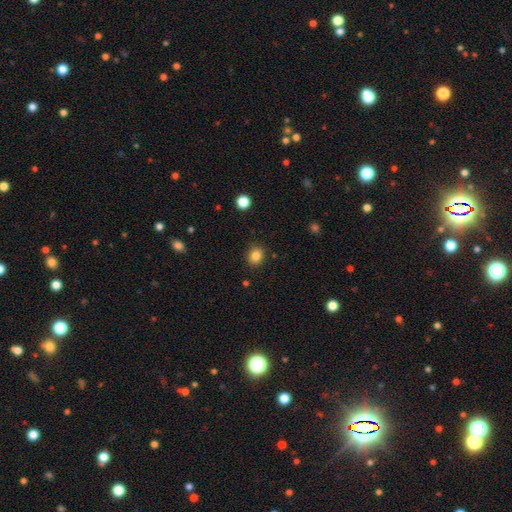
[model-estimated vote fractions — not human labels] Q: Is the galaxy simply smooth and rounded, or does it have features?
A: smooth — 84%.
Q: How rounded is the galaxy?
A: round — 68%.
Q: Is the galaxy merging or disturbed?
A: none — 88%.